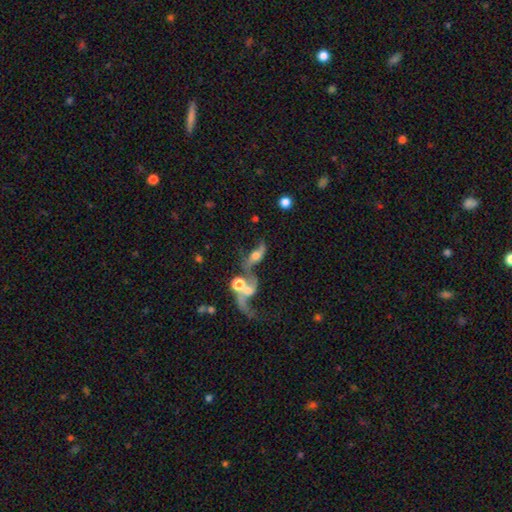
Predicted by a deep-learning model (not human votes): The model was most divided on "merging": merger: 42%, none: 25%, major disturbance: 22%, minor disturbance: 11%. Remaining: edge-on disk — no (83%); spiral arms — yes (78%); smooth or featured — featured or disk (64%); bar — no (64%); bulge size — moderate (45%).